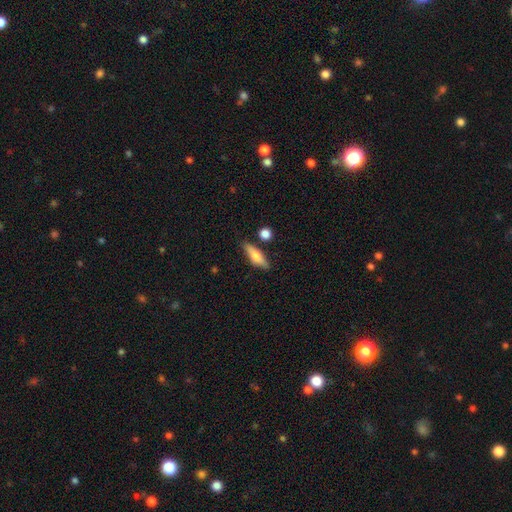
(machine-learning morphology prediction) Smooth or featured? Predicted: smooth (p=0.68). How rounded? Predicted: cigar-shaped (p=0.55). Merging? Predicted: none (p=0.79).